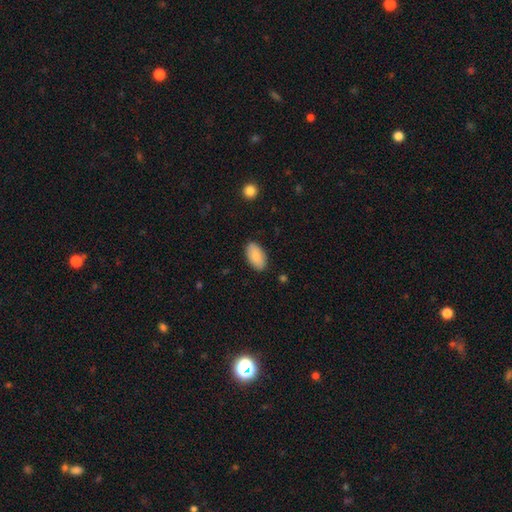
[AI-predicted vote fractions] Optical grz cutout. It shows a smooth galaxy with no disk features (87%) that is in between round and cigar-shaped (94%). Merging: none (87%).